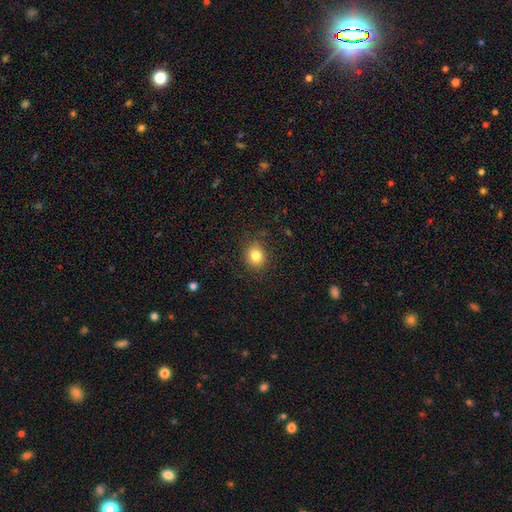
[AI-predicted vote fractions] Smooth or featured: smooth — 82% (star or artifact — 11%)
How rounded: round — 72% (in between — 27%)
Merging: none — 87% (minor disturbance — 9%)